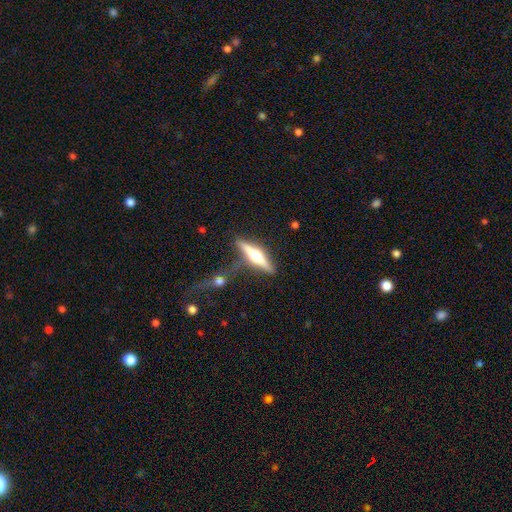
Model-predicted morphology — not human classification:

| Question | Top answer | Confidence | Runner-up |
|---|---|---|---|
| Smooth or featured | featured or disk | 72% | smooth (22%) |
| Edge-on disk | yes | 96% | no (4%) |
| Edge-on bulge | rounded | 95% | boxy (3%) |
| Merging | none | 72% | minor disturbance (13%) |